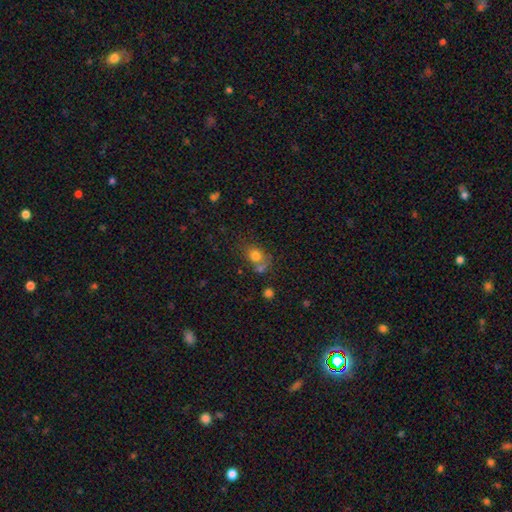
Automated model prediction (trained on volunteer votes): Smooth or featured?
  - smooth: 75% *
  - star or artifact: 13%
  - featured or disk: 12%
How rounded?
  - round: 58% *
  - in between: 40%
  - cigar-shaped: 1%
Merging?
  - none: 45% *
  - merger: 33%
  - minor disturbance: 15%
  - major disturbance: 8%